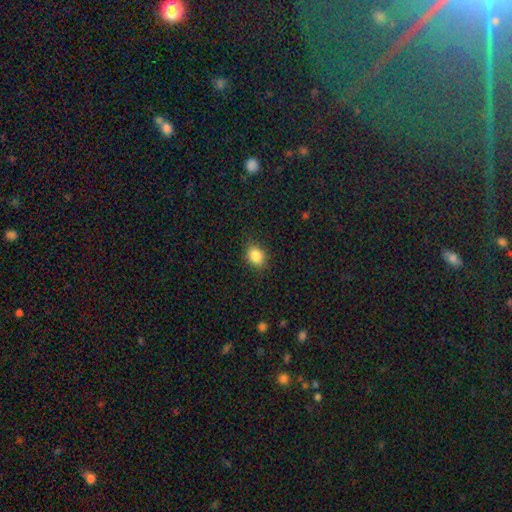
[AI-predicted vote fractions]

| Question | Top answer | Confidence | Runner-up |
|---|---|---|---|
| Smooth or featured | smooth | 85% | star or artifact (10%) |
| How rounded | round | 50% | in between (48%) |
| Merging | none | 85% | minor disturbance (11%) |